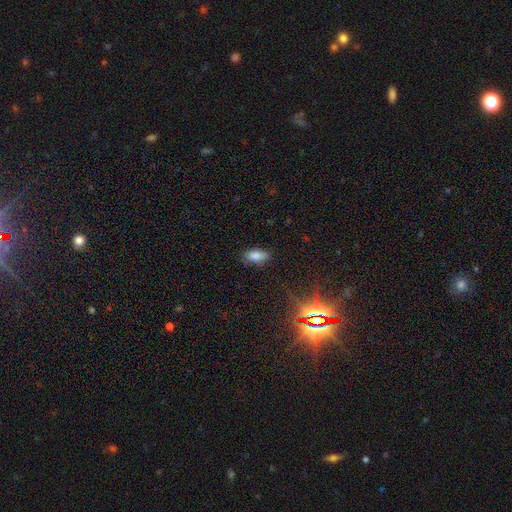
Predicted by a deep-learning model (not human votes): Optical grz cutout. It shows a smooth galaxy with no disk features (81%) that is in between round and cigar-shaped (89%). Merging: none (79%).